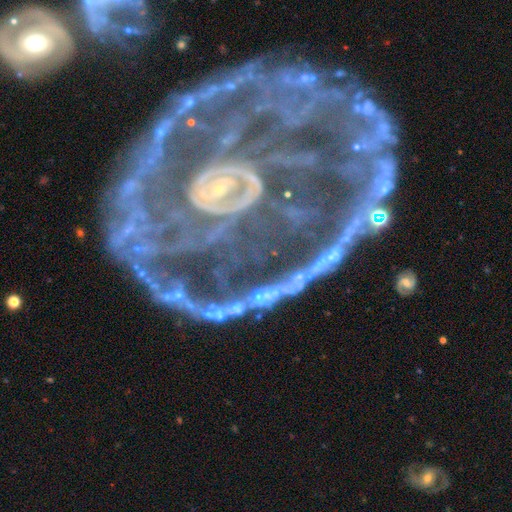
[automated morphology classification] Overall: featured or disk (69%). Edge-on disk: no (92%). Bar: no (54%; strong 24%). Spiral arms: yes (78%). Bulge size: small (54%; moderate 27%). Merging: none (43%; major disturbance 24%).